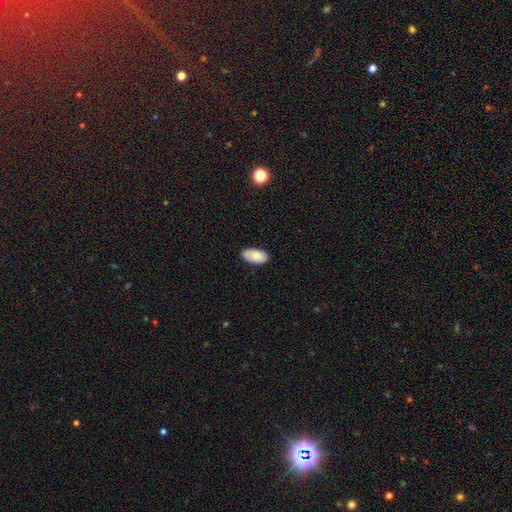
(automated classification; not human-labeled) Morphology: type=smooth (80%); roundness=in between (95%); merging=none (84%).